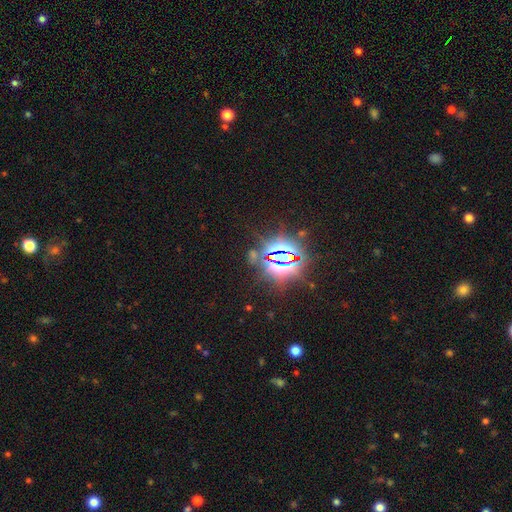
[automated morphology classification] Overall: star or artifact (82%).